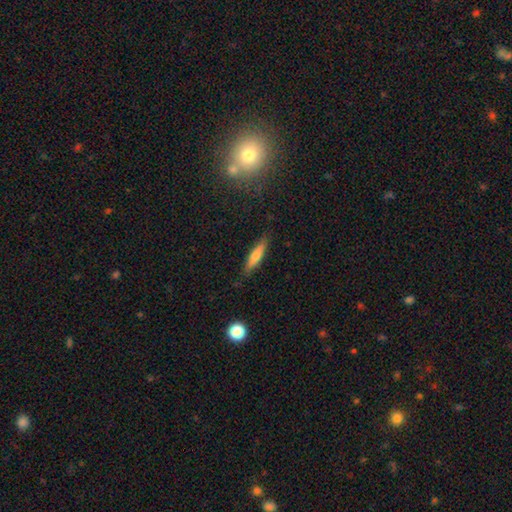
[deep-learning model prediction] Q: Smooth or featured?
A: smooth (72%); runner-up: featured or disk (22%)
Q: How rounded?
A: cigar-shaped (81%); runner-up: in between (18%)
Q: Merging?
A: none (85%); runner-up: minor disturbance (11%)